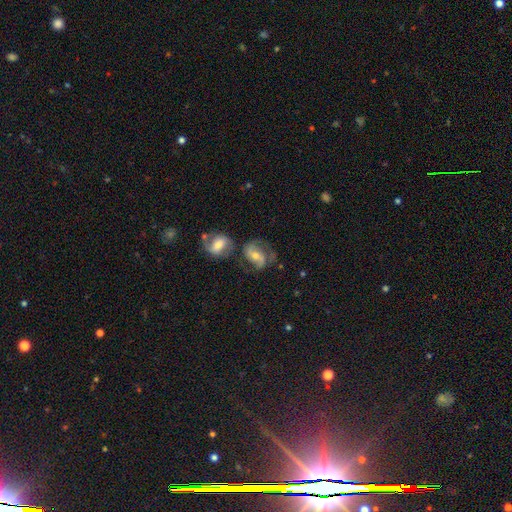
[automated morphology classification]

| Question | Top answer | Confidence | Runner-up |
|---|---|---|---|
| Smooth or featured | featured or disk | 73% | smooth (19%) |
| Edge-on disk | no | 97% | yes (3%) |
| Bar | weak | 39% | no (36%) |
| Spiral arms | yes | 90% | no (10%) |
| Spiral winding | medium | 49% | loose (33%) |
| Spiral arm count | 2 | 82% | can't tell (7%) |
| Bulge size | moderate | 58% | small (36%) |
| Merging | none | 45% | merger (24%) |